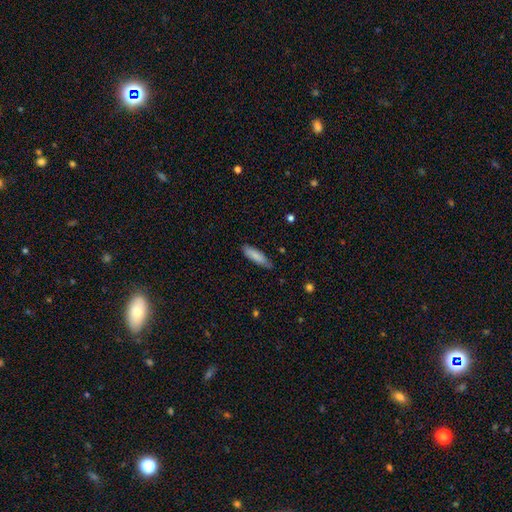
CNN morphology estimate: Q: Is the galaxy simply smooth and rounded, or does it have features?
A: smooth — 83%.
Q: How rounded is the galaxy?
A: cigar-shaped — 63%.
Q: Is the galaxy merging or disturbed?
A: none — 80%.